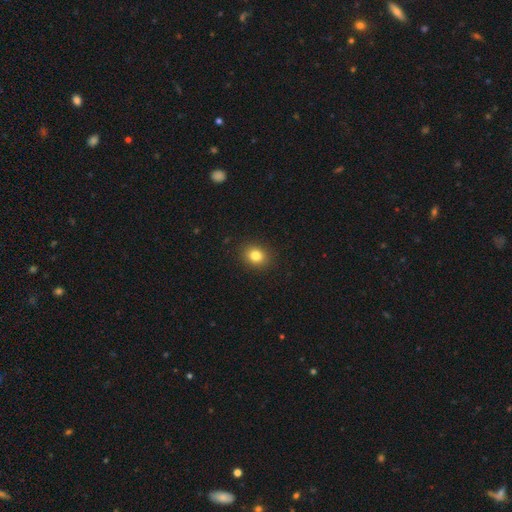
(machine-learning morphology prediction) This appears to be a smooth galaxy with no disk features (83%) that is round (61%). Merging: none (90%).